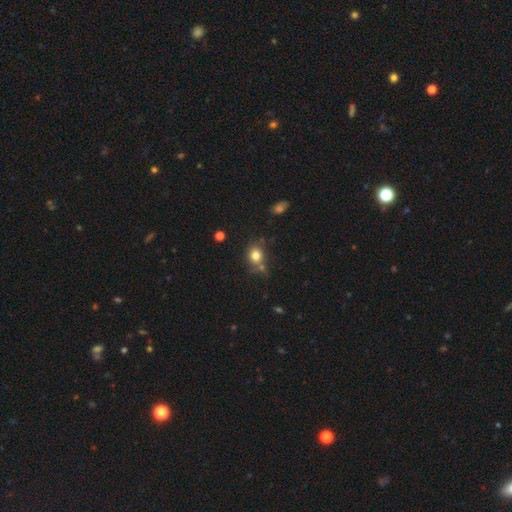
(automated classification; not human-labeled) The model was most divided on "how rounded": round: 69%, in between: 29%, cigar-shaped: 1%. More confident: smooth or featured — smooth (79%); merging — none (64%).